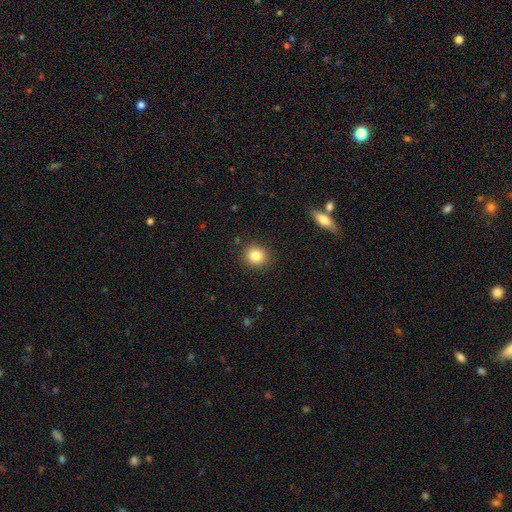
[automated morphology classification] Overall: smooth (84%). How rounded: round (84%). Merging: none (89%).